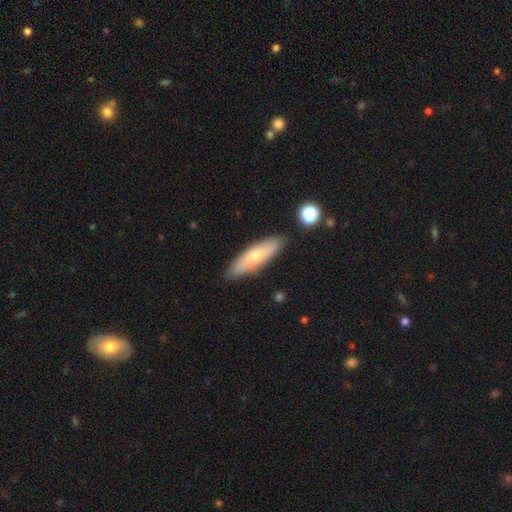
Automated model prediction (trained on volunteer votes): Smooth or featured?
  - smooth: 62% *
  - featured or disk: 32%
  - star or artifact: 6%
How rounded?
  - cigar-shaped: 56% *
  - in between: 42%
  - round: 2%
Merging?
  - none: 85% *
  - minor disturbance: 10%
  - merger: 2%
  - major disturbance: 2%